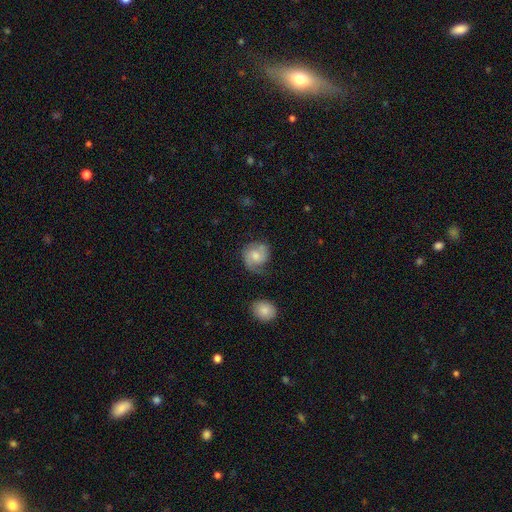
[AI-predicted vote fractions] This appears to be a featured or disk galaxy (53%) with no bar (62%), spiral arms (89%) and a moderate central bulge (59%). Merging: none (63%).